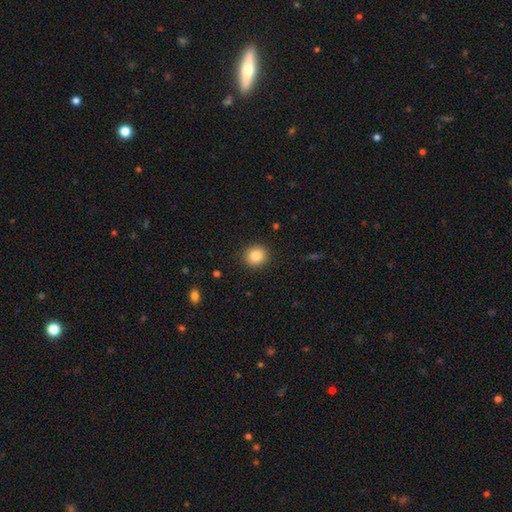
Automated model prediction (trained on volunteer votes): A smooth galaxy with no disk features (86%) that is round (88%). Merging: none (91%).